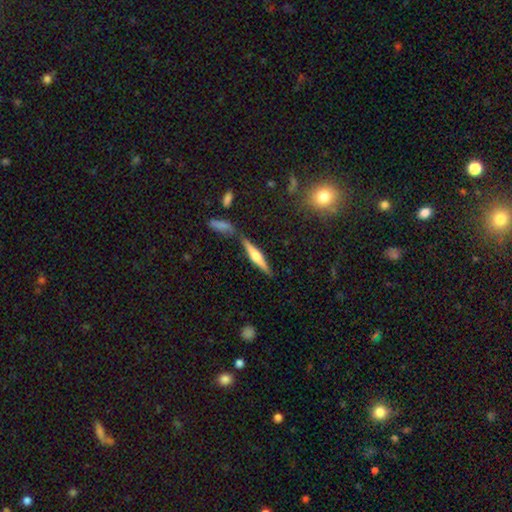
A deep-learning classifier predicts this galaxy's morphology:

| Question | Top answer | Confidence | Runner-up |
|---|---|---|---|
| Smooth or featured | featured or disk | 54% | smooth (38%) |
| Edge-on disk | yes | 95% | no (5%) |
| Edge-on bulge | rounded | 81% | boxy (11%) |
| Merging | none | 75% | minor disturbance (11%) |